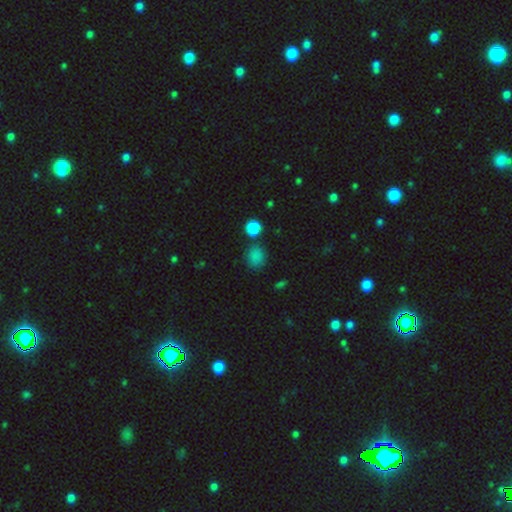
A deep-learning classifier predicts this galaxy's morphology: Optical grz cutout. It shows a smooth galaxy with no disk features (81%) that is round (69%). Merging: none (73%).